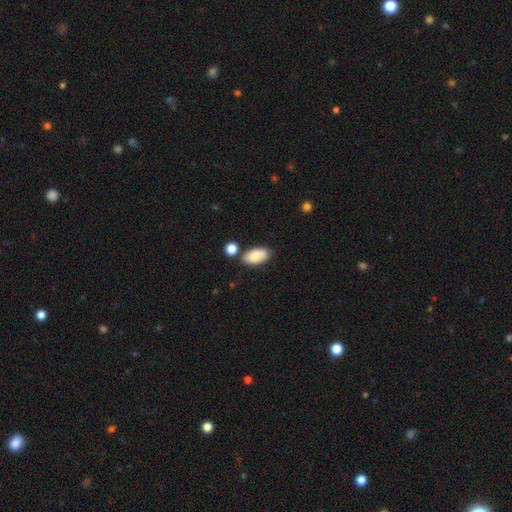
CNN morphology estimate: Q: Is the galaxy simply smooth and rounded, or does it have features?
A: smooth — 82%.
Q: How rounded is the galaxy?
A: in between — 93%.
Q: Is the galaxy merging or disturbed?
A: none — 74%.